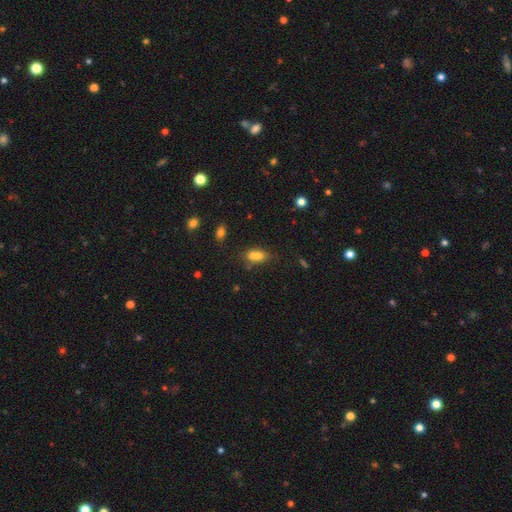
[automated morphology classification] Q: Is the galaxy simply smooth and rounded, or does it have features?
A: smooth — 66%.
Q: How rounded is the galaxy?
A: in between — 54%.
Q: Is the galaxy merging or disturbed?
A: merger — 59%.